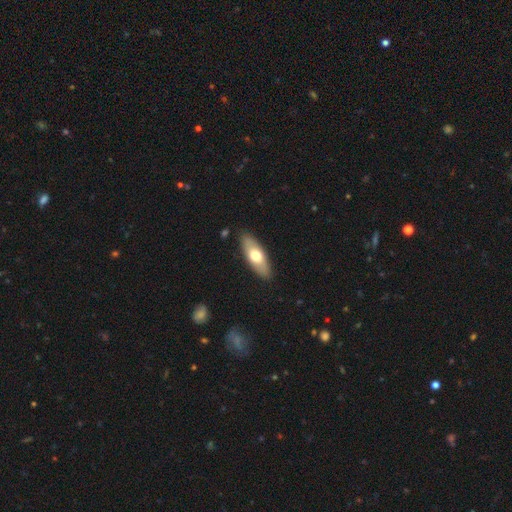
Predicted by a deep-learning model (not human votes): Smooth or featured? smooth (62%)
How rounded? in between (70%)
Merging? none (87%)